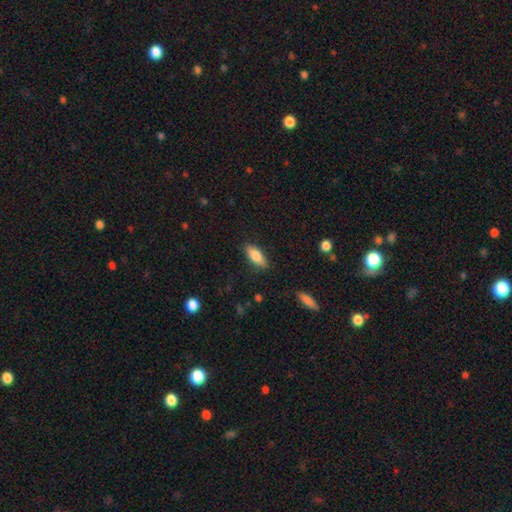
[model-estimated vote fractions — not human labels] Smooth or featured? smooth (80%)
How rounded? in between (75%)
Merging? none (86%)